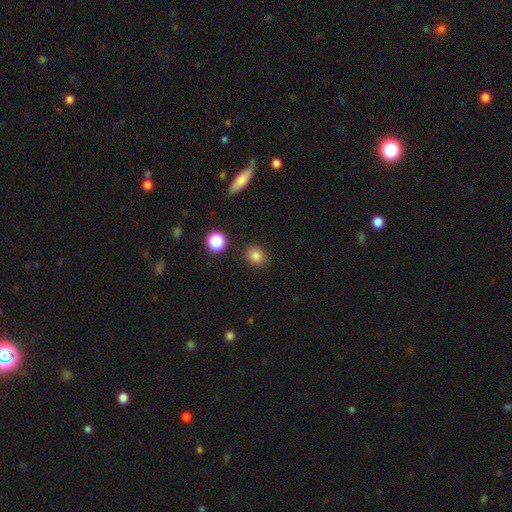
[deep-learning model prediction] This appears to be a smooth galaxy with no disk features (82%) that is round (72%). Merging: none (88%).